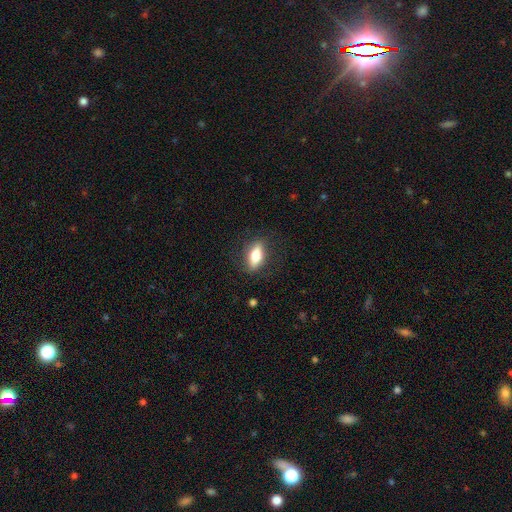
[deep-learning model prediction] This appears to be a smooth galaxy with no disk features (70%) that is in between round and cigar-shaped (71%). Merging: none (83%).